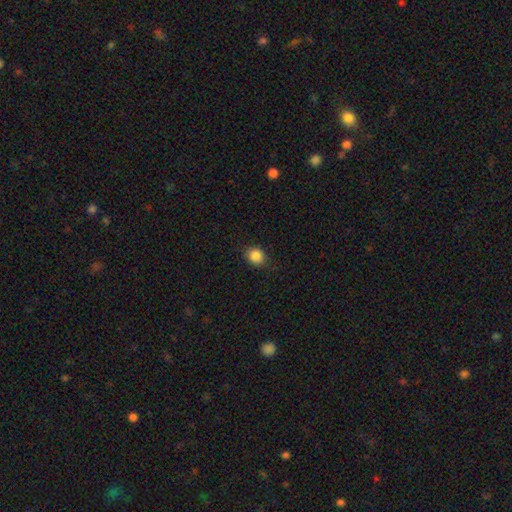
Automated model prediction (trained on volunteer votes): smooth 86%, star or artifact 10%, featured or disk 4%. Down the decision tree: how rounded — round (70%); merging — none (82%).